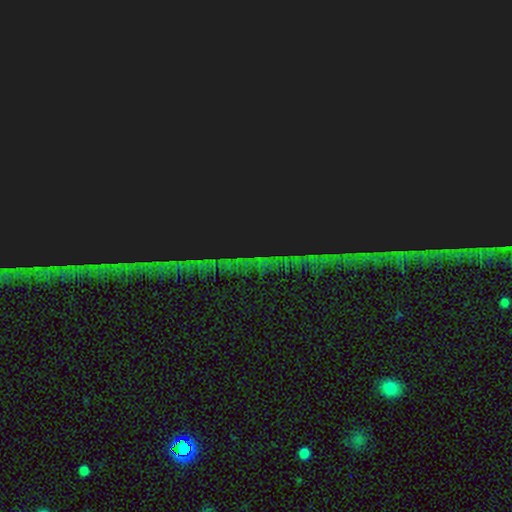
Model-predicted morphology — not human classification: A star or artifact, not a galaxy (88%).